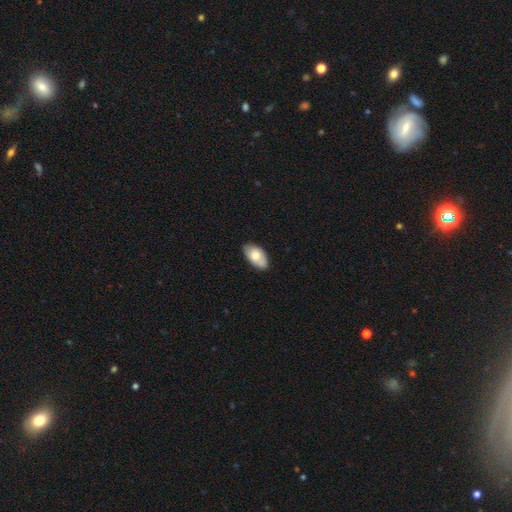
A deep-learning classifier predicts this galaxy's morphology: This appears to be a smooth galaxy with no disk features (71%) that is in between round and cigar-shaped (94%). Merging: none (79%).